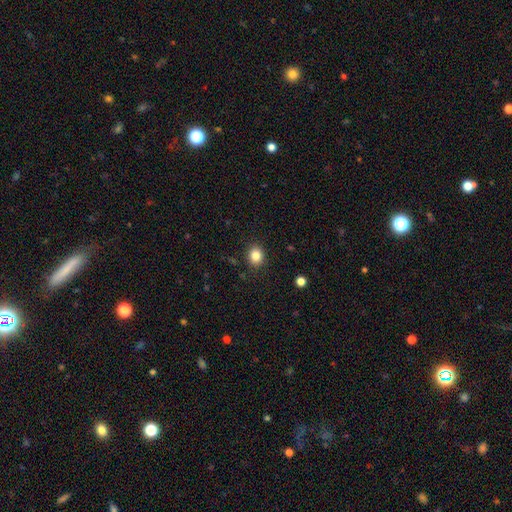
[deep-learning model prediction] smooth 84%, star or artifact 11%, featured or disk 5%. Down the decision tree: how rounded — round (70%); merging — none (89%).